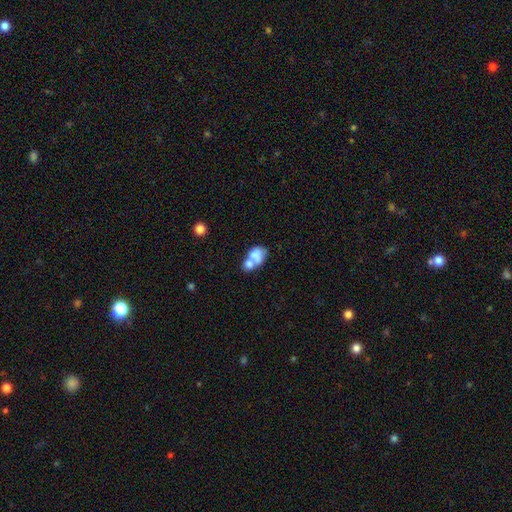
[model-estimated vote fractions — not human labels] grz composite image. It shows a smooth galaxy with no disk features (64%) that is in between round and cigar-shaped (73%). Merging: merger (65%).